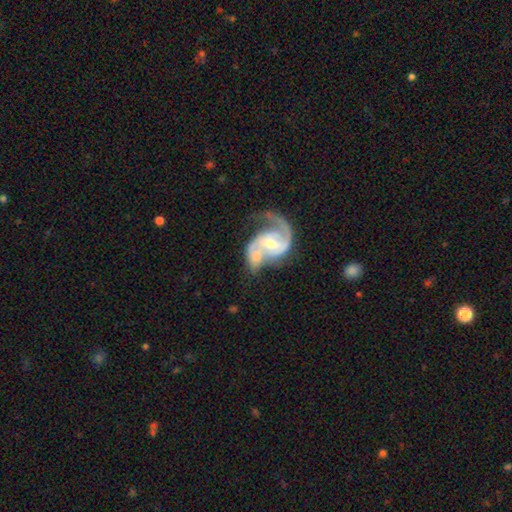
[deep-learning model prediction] Overall: featured or disk (88%). Edge-on disk: no (98%). Bar: weak (46%; no 35%). Spiral arms: yes (95%). Spiral arm count: 2 (76%). Spiral winding: medium (51%; loose 31%). Bulge size: moderate (60%; small 34%). Merging: none (33%; merger 28%).